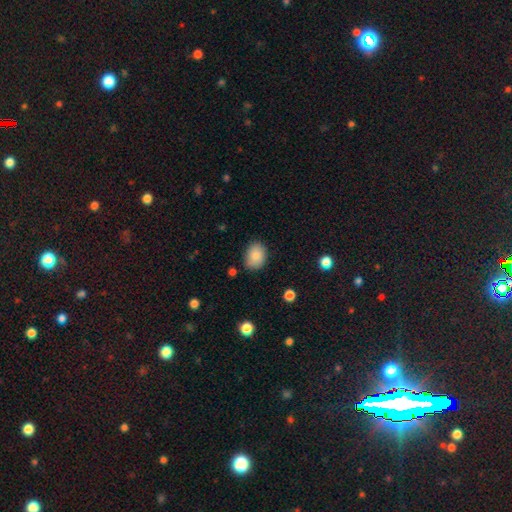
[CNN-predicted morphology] Smooth or featured? Predicted: smooth (p=0.86). How rounded? Predicted: in between (p=0.64). Merging? Predicted: none (p=0.78).